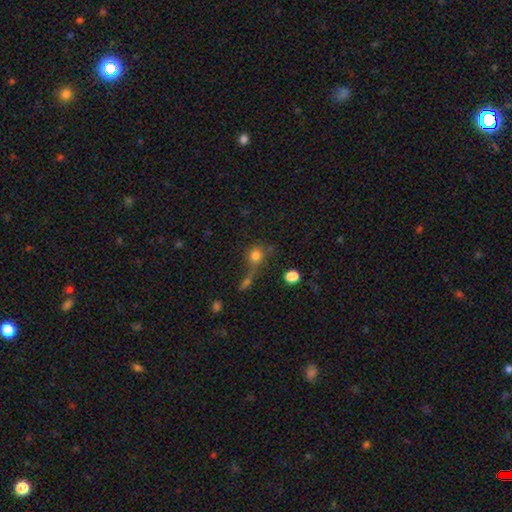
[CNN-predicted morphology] Overall: smooth (77%). How rounded: round (80%). Merging: none (44%; merger 33%).